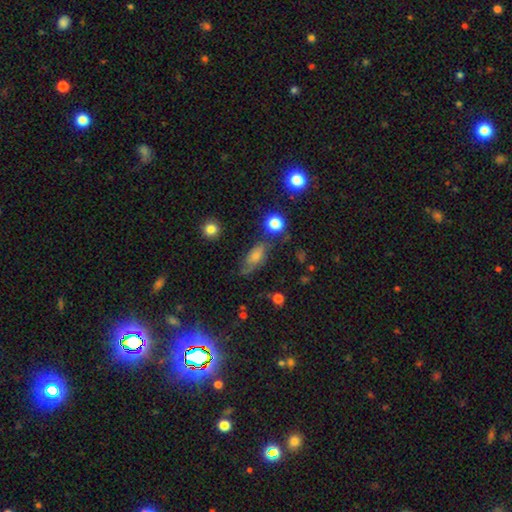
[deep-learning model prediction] smooth 54%, featured or disk 27%, star or artifact 20%. Down the decision tree: how rounded — in between (74%); merging — none (59%).